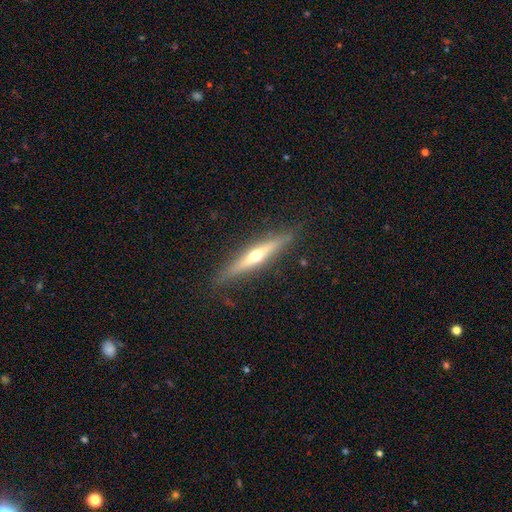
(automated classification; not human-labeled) smooth-or-featured: featured or disk: 66% | smooth: 27% | star or artifact: 6%
  disk-edge-on: yes: 95% | no: 5%
    edge-on-bulge: rounded: 89% | none: 8% | boxy: 3%
  merging: none: 86% | minor disturbance: 10% | major disturbance: 3% | merger: 1%